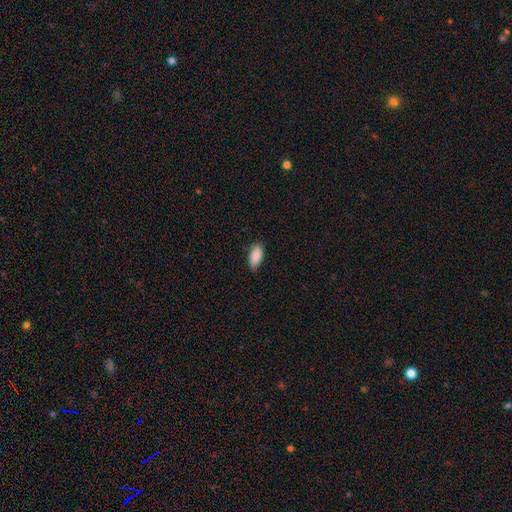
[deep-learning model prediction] A smooth galaxy with no disk features (89%) that is in between round and cigar-shaped (90%). Merging: none (81%).